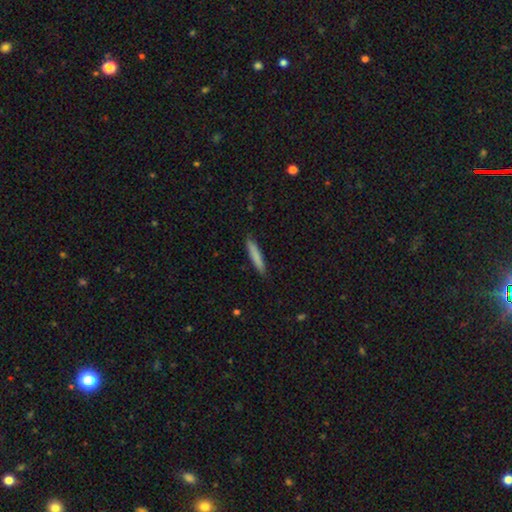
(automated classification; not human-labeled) Smooth or featured? Predicted: smooth (p=0.81). How rounded? Predicted: cigar-shaped (p=0.92). Merging? Predicted: none (p=0.89).